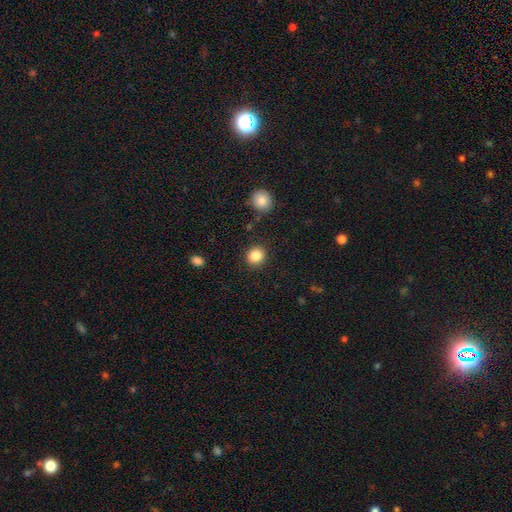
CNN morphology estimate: The model was most divided on "how rounded": round: 84%, in between: 15%, cigar-shaped: 1%. More confident: merging — none (89%); smooth or featured — smooth (86%).